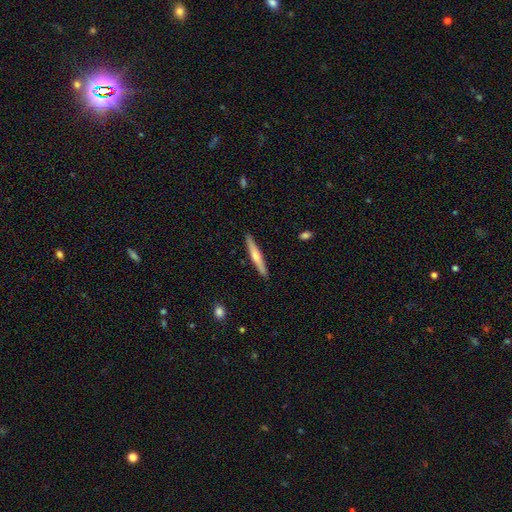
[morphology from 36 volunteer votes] Smooth or featured? featured or disk (67%)
Edge-on disk? yes (96%)
Edge-on bulge? rounded (91%)
Merging? none (94%)